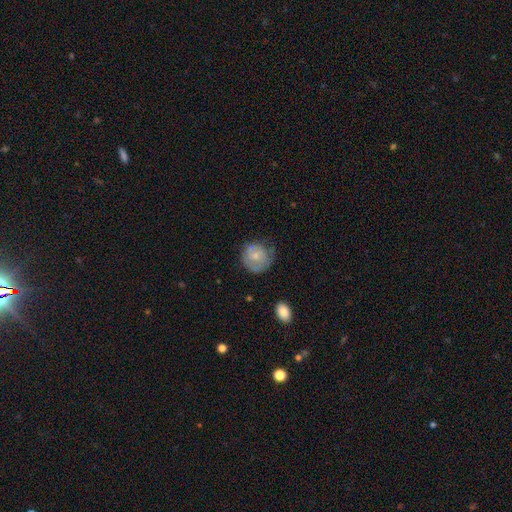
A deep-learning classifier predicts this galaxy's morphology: smooth-or-featured: smooth: 51% | featured or disk: 42% | star or artifact: 7%
  how-rounded: round: 85% | in between: 14% | cigar-shaped: 1%
  merging: none: 60% | minor disturbance: 26% | major disturbance: 11% | merger: 2%